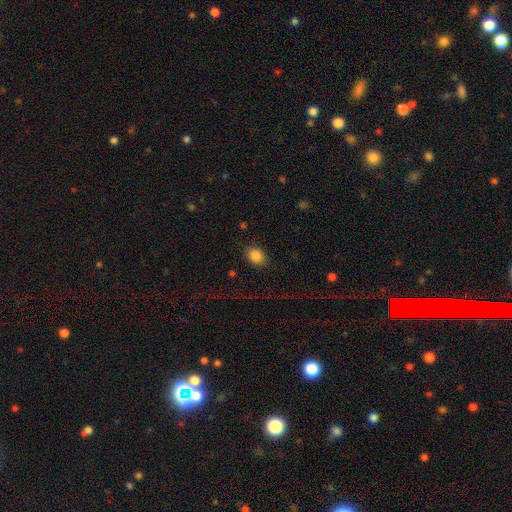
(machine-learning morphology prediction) This is clearly a smooth galaxy (85%). How rounded: possibly in between (58%). Merging: clearly none (84%).